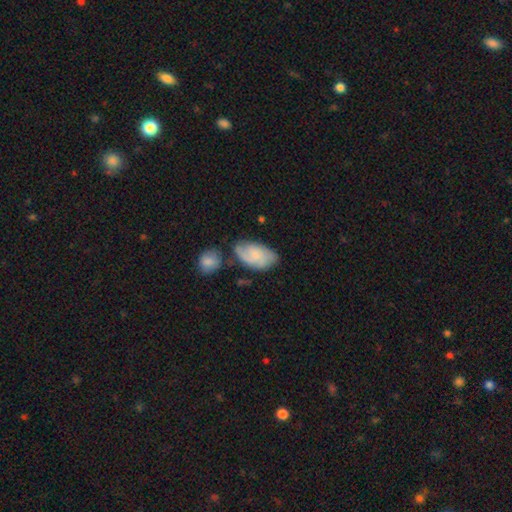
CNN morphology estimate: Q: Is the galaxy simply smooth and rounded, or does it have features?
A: smooth — 57%.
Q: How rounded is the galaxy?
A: in between — 92%.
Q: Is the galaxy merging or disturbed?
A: none — 54%.